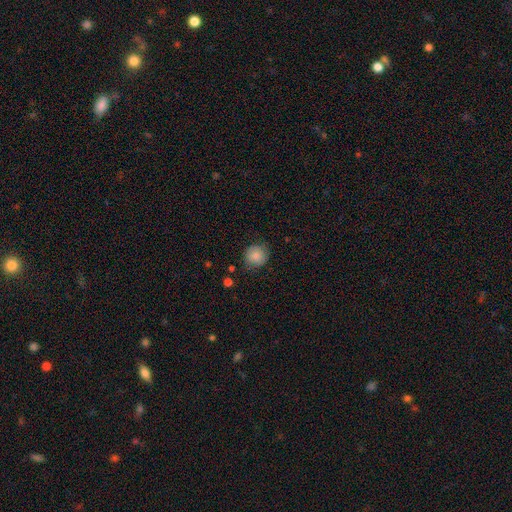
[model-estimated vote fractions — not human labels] Smooth or featured?
  - smooth: 83% *
  - featured or disk: 9%
  - star or artifact: 8%
How rounded?
  - round: 88% *
  - in between: 11%
  - cigar-shaped: 1%
Merging?
  - none: 78% *
  - minor disturbance: 17%
  - major disturbance: 4%
  - merger: 1%